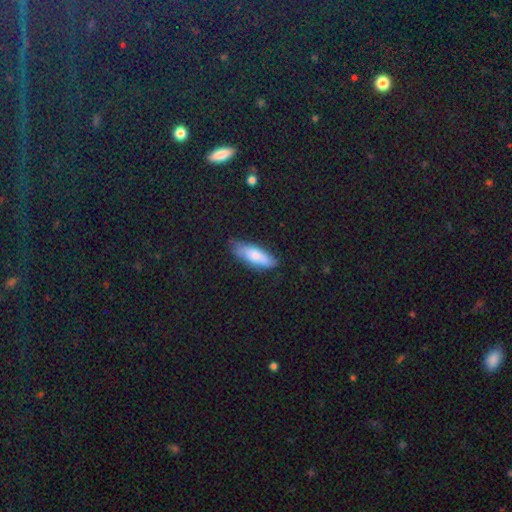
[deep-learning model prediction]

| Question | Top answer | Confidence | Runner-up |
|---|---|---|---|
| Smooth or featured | smooth | 75% | featured or disk (17%) |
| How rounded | in between | 60% | cigar-shaped (38%) |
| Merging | none | 77% | minor disturbance (18%) |